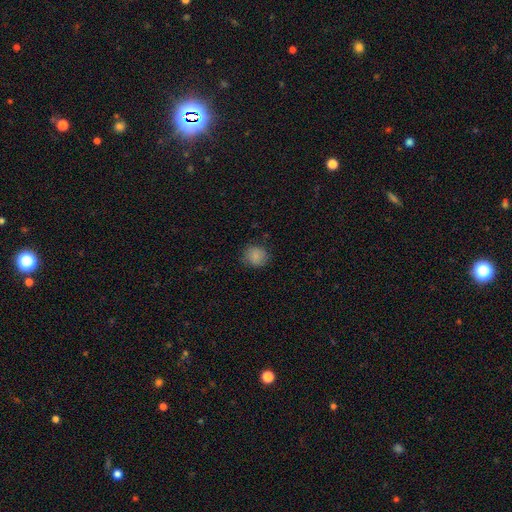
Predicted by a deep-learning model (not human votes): Overall: smooth (86%). How rounded: round (87%). Merging: none (84%).